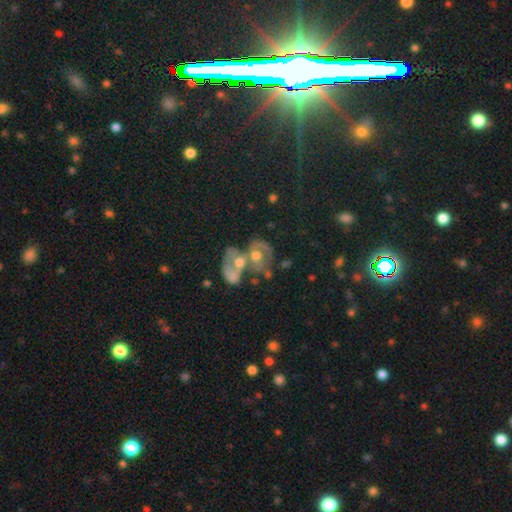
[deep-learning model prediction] This appears to be a featured or disk galaxy (58%) with no bar (78%), no spiral arms (51%) and a moderate central bulge (66%). Merging: merger (64%).